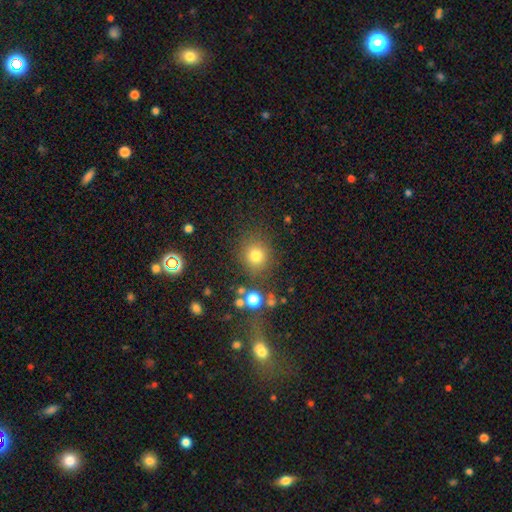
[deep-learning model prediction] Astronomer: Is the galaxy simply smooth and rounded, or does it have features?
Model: smooth — 78%.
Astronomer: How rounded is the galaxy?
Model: round — 85%.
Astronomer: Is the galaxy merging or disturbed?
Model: none — 81%.